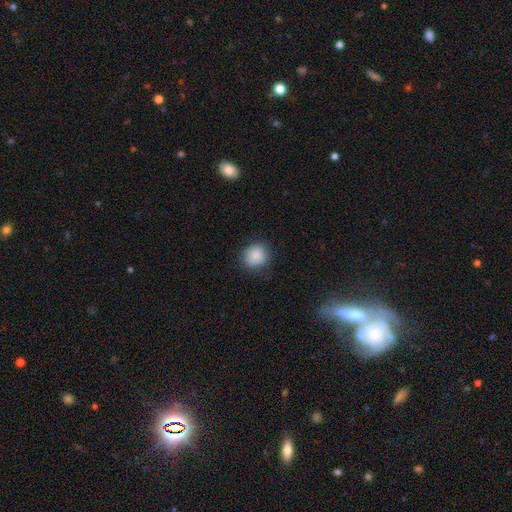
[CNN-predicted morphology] Smooth or featured?
  - smooth: 87% *
  - star or artifact: 8%
  - featured or disk: 5%
How rounded?
  - round: 74% *
  - in between: 25%
  - cigar-shaped: 1%
Merging?
  - none: 82% *
  - minor disturbance: 13%
  - major disturbance: 4%
  - merger: 1%